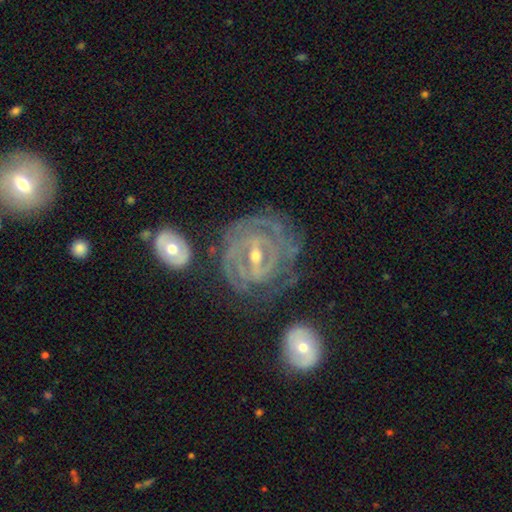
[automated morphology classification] The model was most divided on "bar" (2-way tie): strong: 43%, weak: 43%, no: 14%. Remaining: edge-on disk — no (96%); spiral arms — yes (90%); smooth or featured — featured or disk (88%); spiral winding — tight (74%); merging — none (60%); bulge size — moderate (51%); spiral arm count — can't tell (40%).